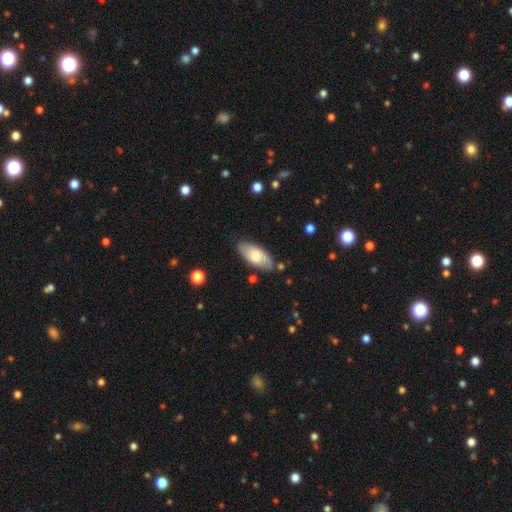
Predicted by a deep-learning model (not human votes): The model was most divided on "smooth or featured": smooth: 67%, featured or disk: 27%, star or artifact: 6%. More confident: how rounded — in between (89%); merging — none (80%).